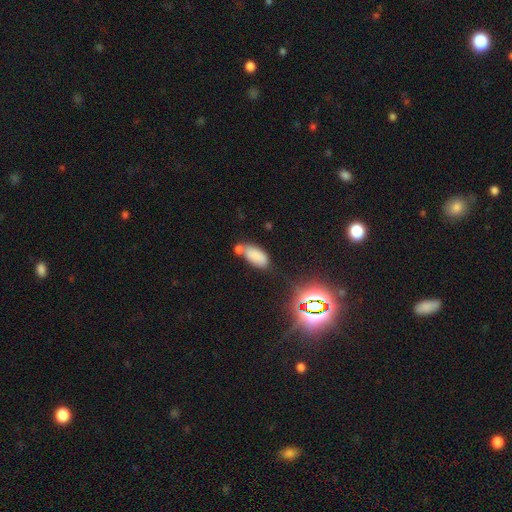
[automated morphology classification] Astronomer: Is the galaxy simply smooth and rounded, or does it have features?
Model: smooth — 80%.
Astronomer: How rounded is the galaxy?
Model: in between — 91%.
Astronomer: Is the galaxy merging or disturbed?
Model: none — 52%.